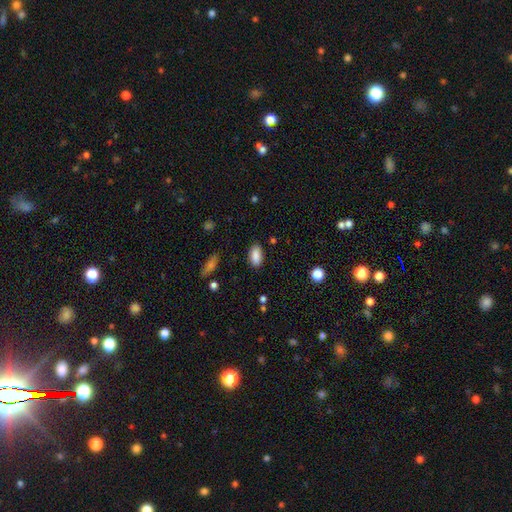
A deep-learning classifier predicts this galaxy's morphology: This is clearly a smooth galaxy (88%). How rounded: clearly in between (91%). Merging: clearly none (85%).